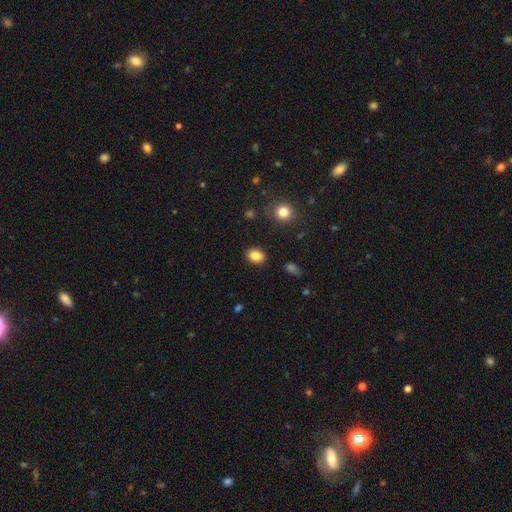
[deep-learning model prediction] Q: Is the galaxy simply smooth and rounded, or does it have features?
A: smooth — 85%.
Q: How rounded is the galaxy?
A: in between — 63%.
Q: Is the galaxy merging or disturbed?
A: none — 88%.